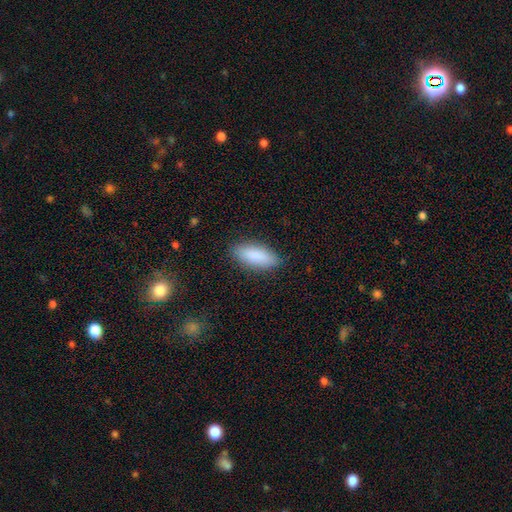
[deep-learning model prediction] smooth_or_featured: smooth (p=0.88) [alt: featured or disk p=0.06]
how_rounded: in between (p=0.75) [alt: cigar-shaped p=0.23]
merging: none (p=0.87) [alt: minor disturbance p=0.10]